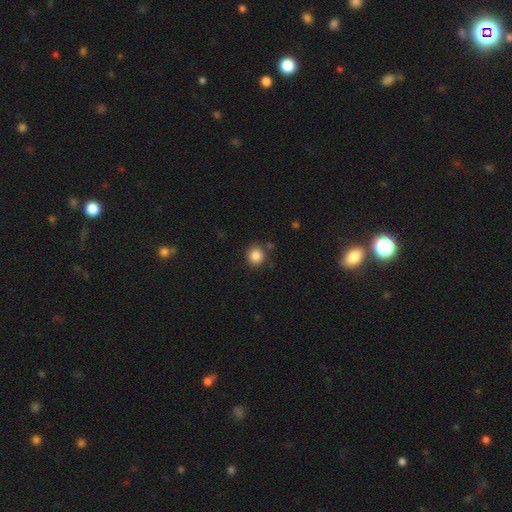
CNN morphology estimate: Smooth or featured?
  - smooth: 86% *
  - star or artifact: 10%
  - featured or disk: 4%
How rounded?
  - round: 90% *
  - in between: 9%
  - cigar-shaped: 1%
Merging?
  - none: 84% *
  - minor disturbance: 9%
  - merger: 4%
  - major disturbance: 3%